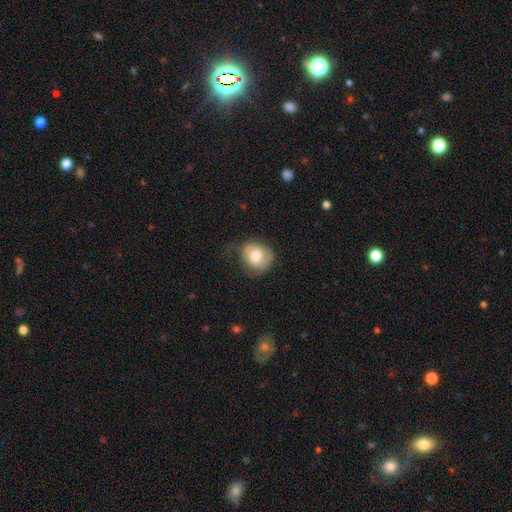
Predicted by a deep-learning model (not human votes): Overall: smooth (73%). How rounded: round (72%). Merging: none (52%; minor disturbance 30%).